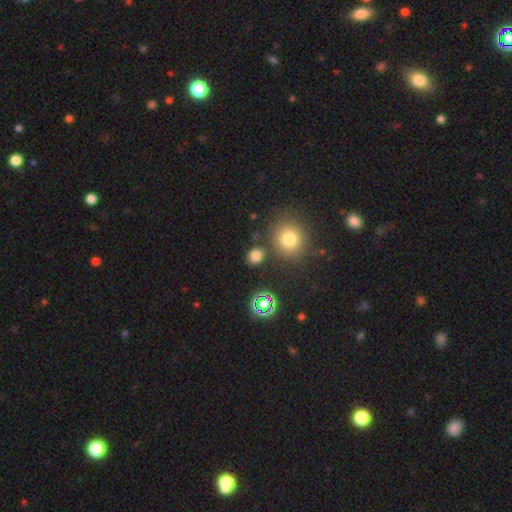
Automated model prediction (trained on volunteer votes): Smooth or featured? Predicted: smooth (p=0.75). How rounded? Predicted: round (p=0.76). Merging? Predicted: none (p=0.80).